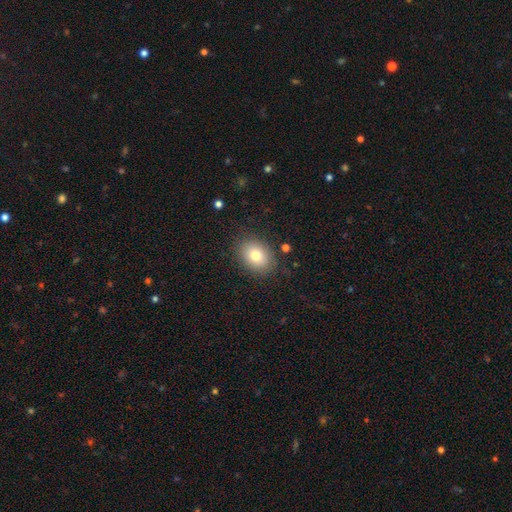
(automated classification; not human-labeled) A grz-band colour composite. It shows a smooth galaxy with no disk features (78%) that is in between round and cigar-shaped (65%). Merging: none (84%).